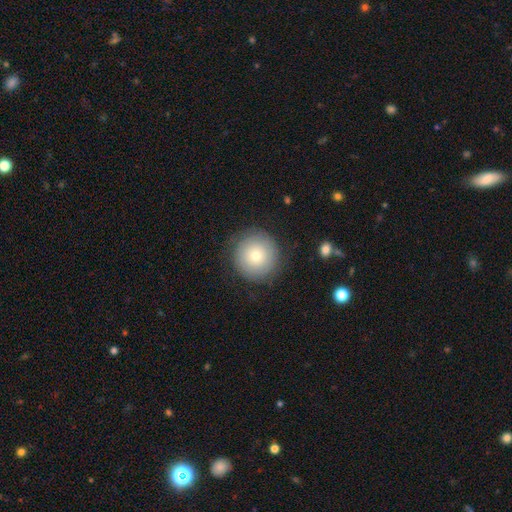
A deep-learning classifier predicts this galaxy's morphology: Smooth or featured? smooth (72%)
How rounded? round (96%)
Merging? none (86%)